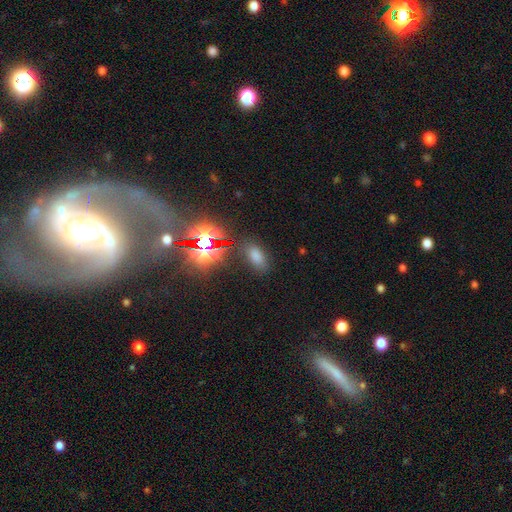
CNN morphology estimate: This is possibly a smooth galaxy (56%). How rounded: clearly in between (86%). Merging: clearly none (82%).